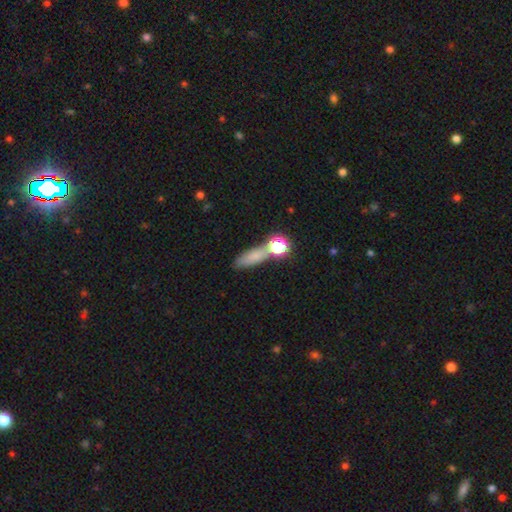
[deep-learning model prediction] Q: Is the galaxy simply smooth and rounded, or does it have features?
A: smooth — 67%.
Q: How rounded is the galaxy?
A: cigar-shaped — 43%.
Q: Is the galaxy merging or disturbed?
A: none — 61%.